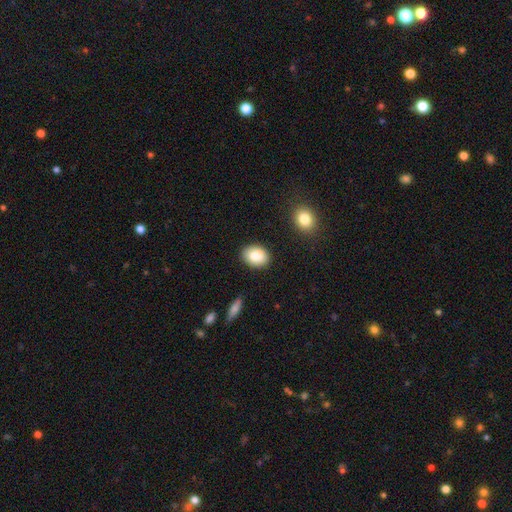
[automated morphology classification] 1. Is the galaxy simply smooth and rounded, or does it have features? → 84% smooth, 9% featured or disk, 8% star or artifact.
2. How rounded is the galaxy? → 72% in between, 27% round, 1% cigar-shaped.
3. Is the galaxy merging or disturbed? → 87% none, 9% minor disturbance, 2% major disturbance, 2% merger.